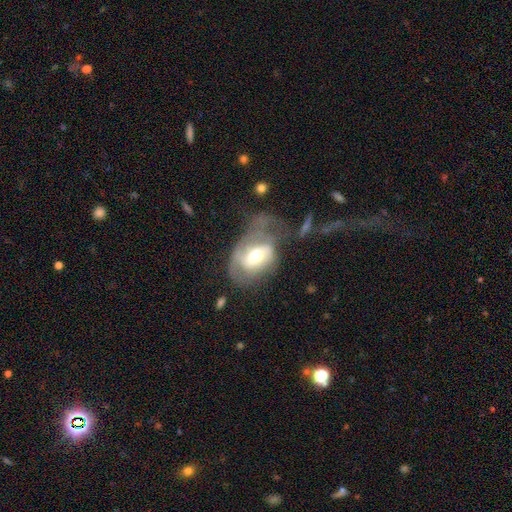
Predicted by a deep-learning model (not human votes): Q: Smooth or featured?
A: featured or disk (59%); runner-up: smooth (34%)
Q: Edge-on disk?
A: no (95%); runner-up: yes (5%)
Q: Bar?
A: weak (39%); tied with: no (39%)
Q: Spiral arms?
A: yes (59%); runner-up: no (41%)
Q: Bulge size?
A: moderate (67%); runner-up: large (16%)
Q: Merging?
A: major disturbance (52%); runner-up: minor disturbance (21%)